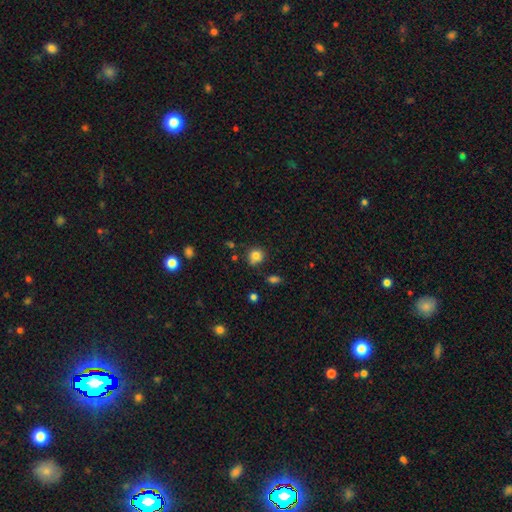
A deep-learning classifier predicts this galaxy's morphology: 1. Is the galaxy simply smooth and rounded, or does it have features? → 81% smooth, 12% star or artifact, 7% featured or disk.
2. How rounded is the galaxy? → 83% round, 16% in between, 1% cigar-shaped.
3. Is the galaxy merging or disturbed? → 73% none, 17% minor disturbance, 6% merger, 4% major disturbance.